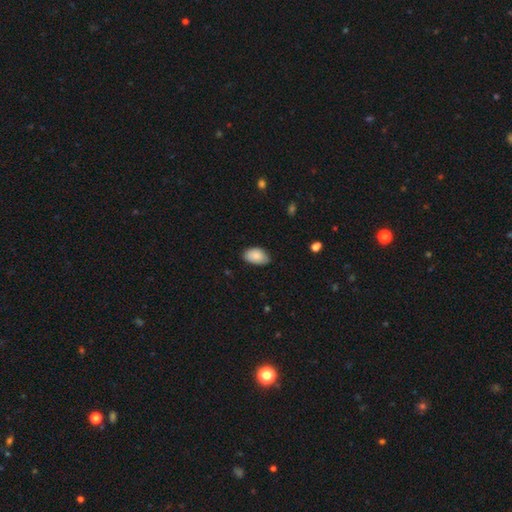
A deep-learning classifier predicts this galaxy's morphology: The model was most divided on "merging": none: 76%, minor disturbance: 20%, major disturbance: 3%, merger: 1%. More confident: how rounded — in between (92%); smooth or featured — smooth (86%).